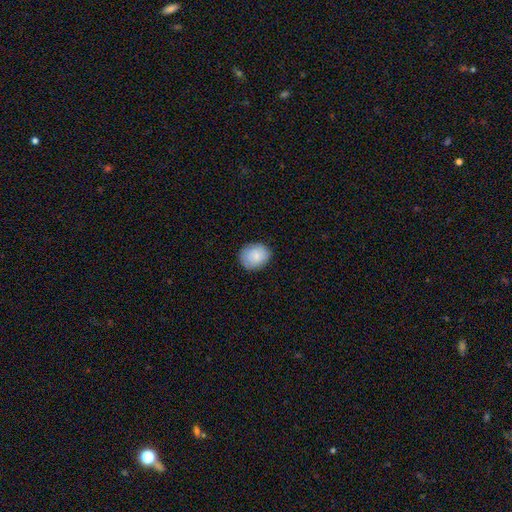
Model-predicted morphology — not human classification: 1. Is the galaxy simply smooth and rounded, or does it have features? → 85% smooth, 8% featured or disk, 7% star or artifact.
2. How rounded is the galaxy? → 58% round, 41% in between, 1% cigar-shaped.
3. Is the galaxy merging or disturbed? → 85% none, 12% minor disturbance, 3% major disturbance, 1% merger.